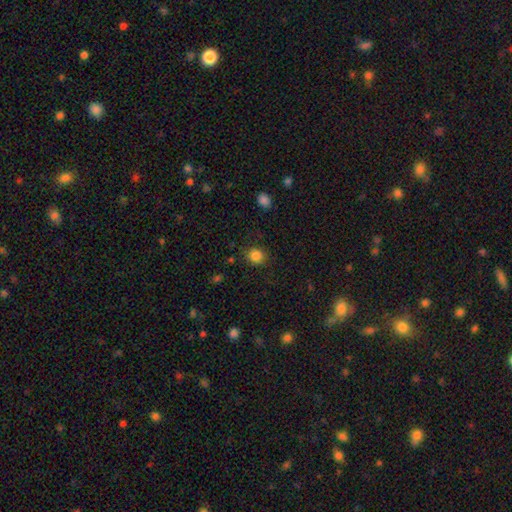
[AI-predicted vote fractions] smooth-or-featured: smooth: 84% | star or artifact: 11% | featured or disk: 4%
  how-rounded: round: 82% | in between: 17% | cigar-shaped: 1%
  merging: none: 85% | minor disturbance: 10% | major disturbance: 3% | merger: 2%